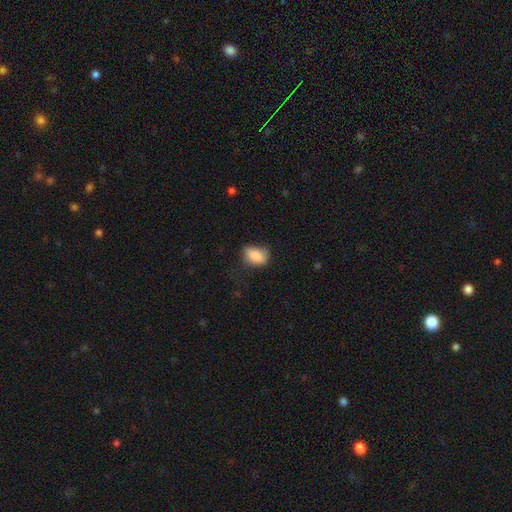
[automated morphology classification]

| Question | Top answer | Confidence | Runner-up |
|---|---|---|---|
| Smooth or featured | smooth | 86% | star or artifact (7%) |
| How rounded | in between | 86% | round (12%) |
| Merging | none | 58% | minor disturbance (30%) |